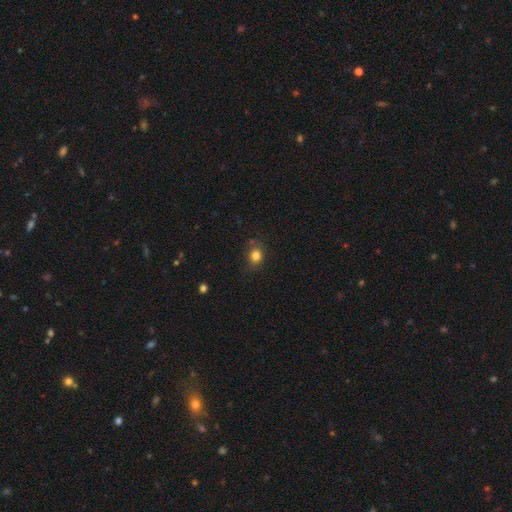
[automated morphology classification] The model was most divided on "how rounded": round: 65%, in between: 34%, cigar-shaped: 1%. More confident: smooth or featured — smooth (82%); merging — none (77%).